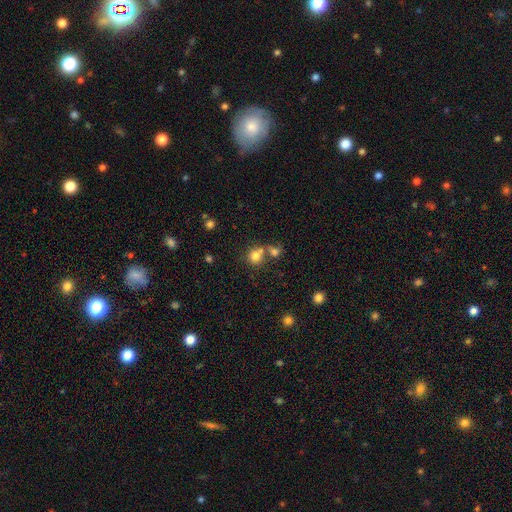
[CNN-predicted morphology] The model was most divided on "merging": none: 48%, merger: 40%, minor disturbance: 8%, major disturbance: 4%. More confident: how rounded — round (86%); smooth or featured — smooth (77%).